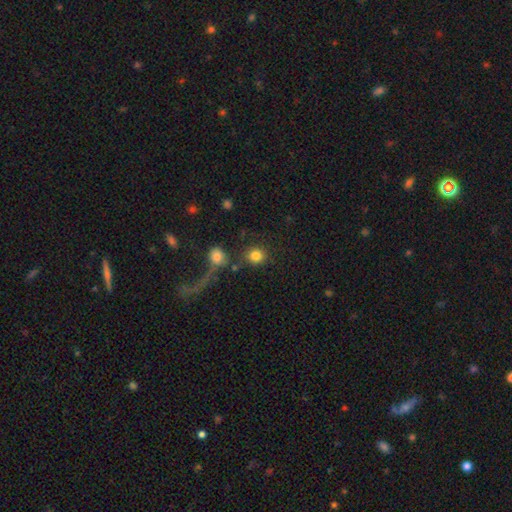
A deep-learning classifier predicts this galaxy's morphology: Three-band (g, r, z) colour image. It shows a smooth galaxy with no disk features (83%) that is round (86%). Merging: none (72%).